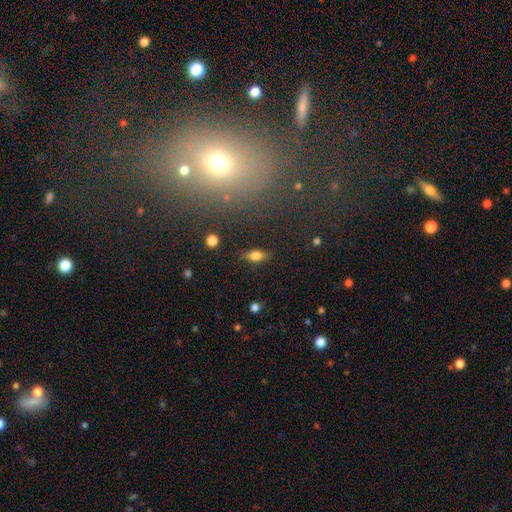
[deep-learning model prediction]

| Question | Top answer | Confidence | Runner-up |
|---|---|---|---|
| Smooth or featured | smooth | 64% | featured or disk (26%) |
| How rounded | in between | 74% | cigar-shaped (20%) |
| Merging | none | 85% | minor disturbance (11%) |